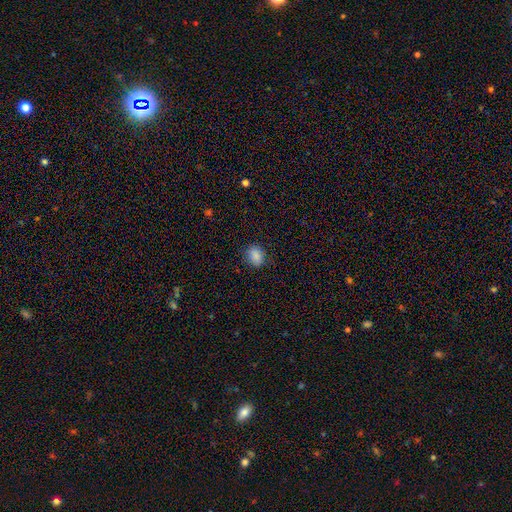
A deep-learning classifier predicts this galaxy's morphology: Smooth or featured: smooth — 87% (star or artifact — 9%)
How rounded: in between — 66% (round — 32%)
Merging: none — 84% (minor disturbance — 12%)